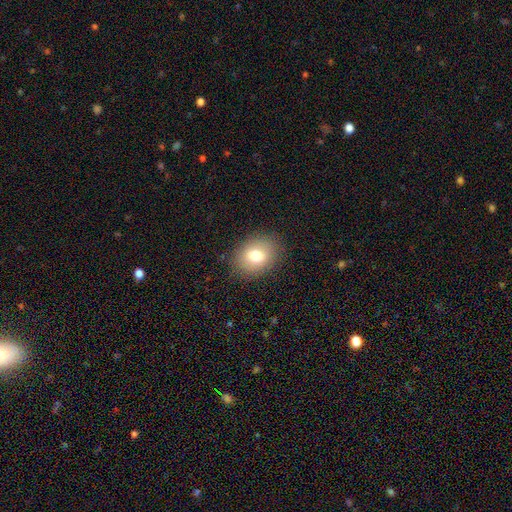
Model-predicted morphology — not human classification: A smooth galaxy with no disk features (75%) that is in between round and cigar-shaped (61%). Merging: none (86%).